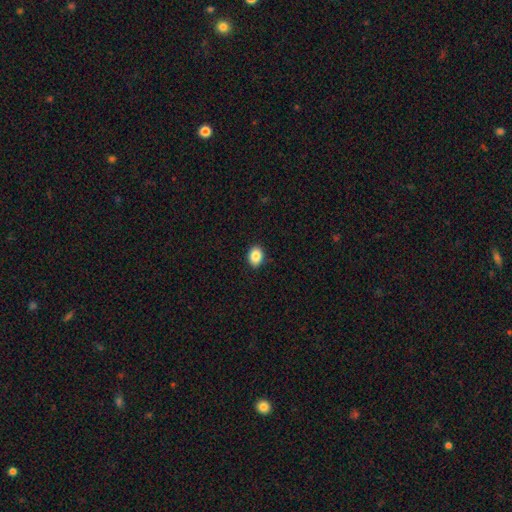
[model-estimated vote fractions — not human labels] Q: Smooth or featured?
A: smooth (87%); runner-up: star or artifact (8%)
Q: How rounded?
A: in between (61%); runner-up: round (38%)
Q: Merging?
A: none (90%); runner-up: minor disturbance (8%)